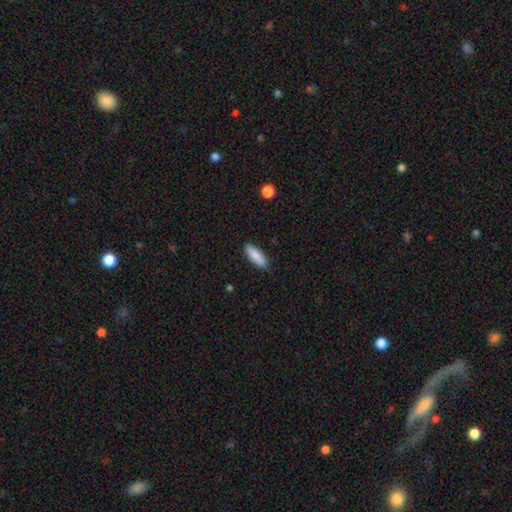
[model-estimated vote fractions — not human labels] This appears to be a smooth galaxy with no disk features (88%) that is in between round and cigar-shaped (57%). Merging: none (88%).